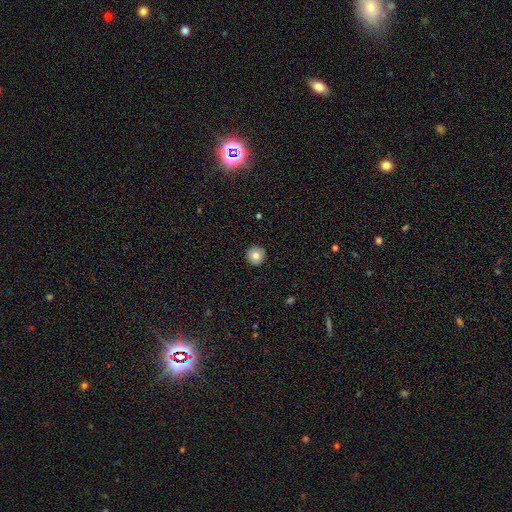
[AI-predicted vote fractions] Smooth or featured? Predicted: smooth (p=0.78). How rounded? Predicted: round (p=0.96). Merging? Predicted: none (p=0.92).